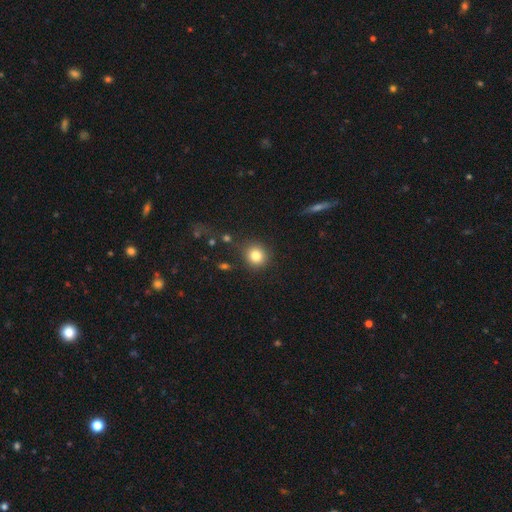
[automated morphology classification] This appears to be a smooth galaxy with no disk features (83%) that is round (88%). Merging: none (85%).